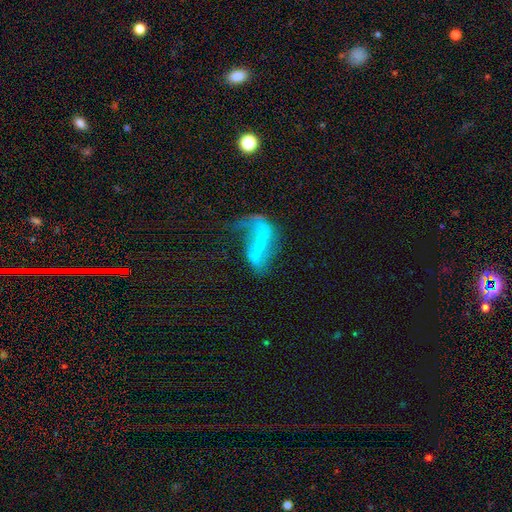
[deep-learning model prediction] A featured or disk galaxy (71%) with a strong bar (54%), spiral arms (69%) and a small central bulge (43%).

Vote fractions:
- Smooth or featured? featured or disk: 71% / smooth: 20% / star or artifact: 9%
- Edge-on disk? no: 90% / yes: 10%
- Bar? strong: 54% / weak: 28% / no: 18%
- Spiral arms? yes: 69% / no: 31%
- Bulge size? small: 43% / none: 29% / moderate: 23% / large: 3% / dominant: 2%
- Merging? major disturbance: 41% / none: 33% / minor disturbance: 19% / merger: 8%